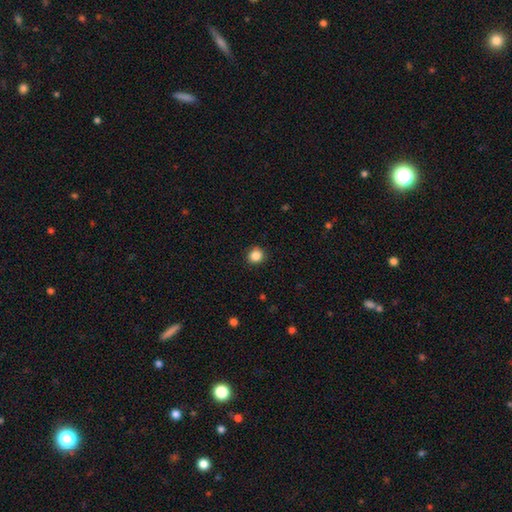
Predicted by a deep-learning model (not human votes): smooth_or_featured: smooth (p=0.86) [alt: star or artifact p=0.10]
how_rounded: round (p=0.91) [alt: in between p=0.08]
merging: none (p=0.91) [alt: minor disturbance p=0.06]